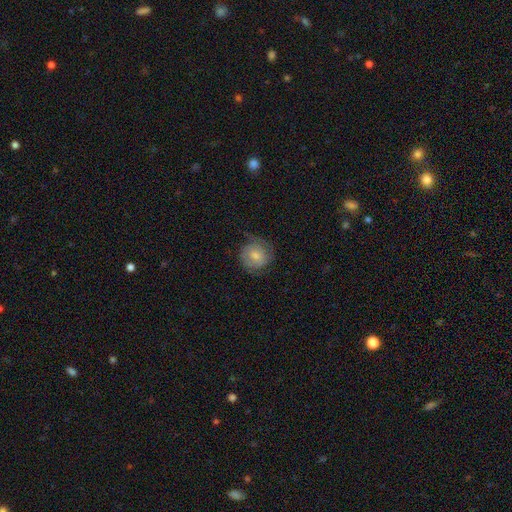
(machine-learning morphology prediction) smooth 65%, featured or disk 27%, star or artifact 7%. Down the decision tree: how rounded — round (89%); merging — none (66%).